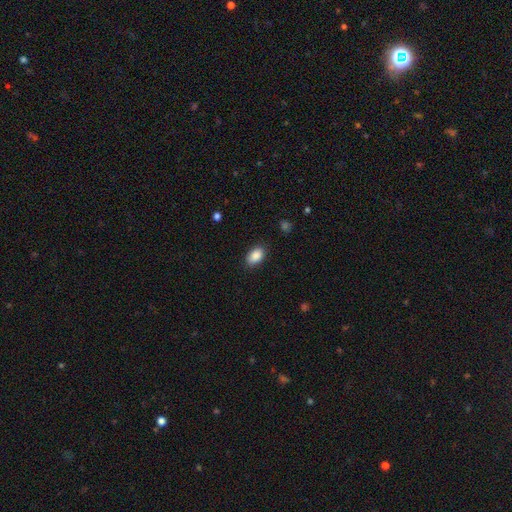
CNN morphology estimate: Q: Smooth or featured?
A: smooth (88%); runner-up: star or artifact (8%)
Q: How rounded?
A: in between (90%); runner-up: round (8%)
Q: Merging?
A: none (86%); runner-up: minor disturbance (11%)